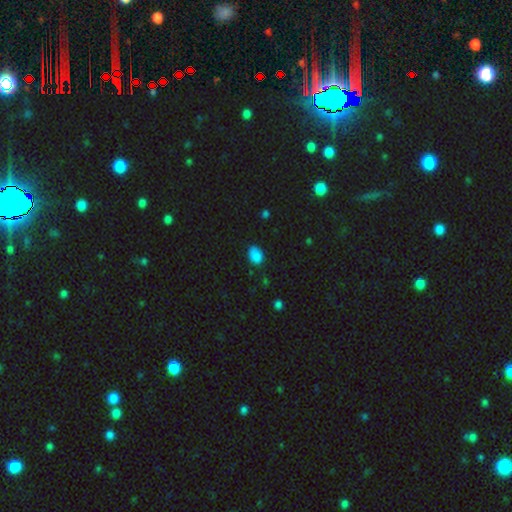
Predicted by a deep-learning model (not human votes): Smooth or featured?
  - smooth: 84% *
  - star or artifact: 11%
  - featured or disk: 5%
How rounded?
  - in between: 71% *
  - round: 28%
  - cigar-shaped: 1%
Merging?
  - none: 70% *
  - minor disturbance: 24%
  - major disturbance: 4%
  - merger: 2%